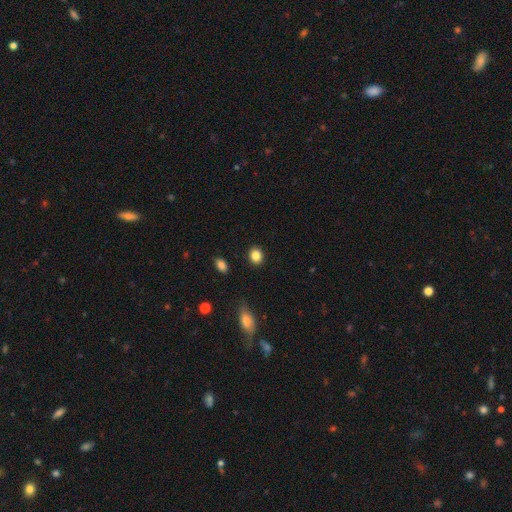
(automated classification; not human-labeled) Smooth or featured? smooth (85%)
How rounded? round (64%)
Merging? none (89%)